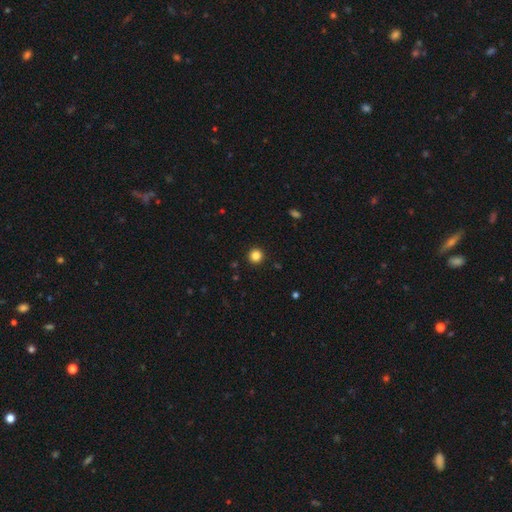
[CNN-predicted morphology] smooth_or_featured: smooth (p=0.84) [alt: star or artifact p=0.12]
how_rounded: round (p=0.95) [alt: in between p=0.04]
merging: none (p=0.93) [alt: minor disturbance p=0.04]